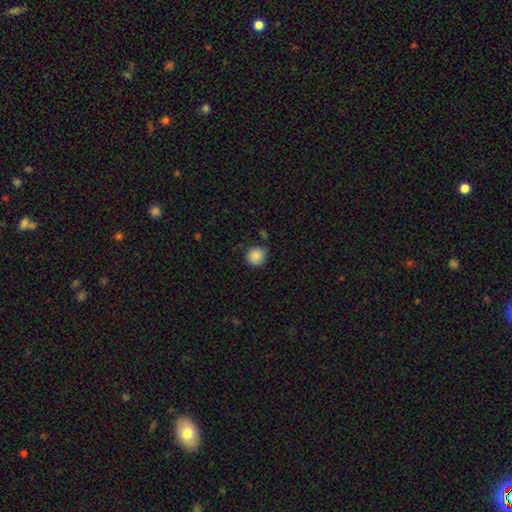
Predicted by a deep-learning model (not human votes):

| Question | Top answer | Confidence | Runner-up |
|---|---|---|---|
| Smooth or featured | smooth | 87% | star or artifact (9%) |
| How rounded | round | 92% | in between (7%) |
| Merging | none | 82% | minor disturbance (13%) |